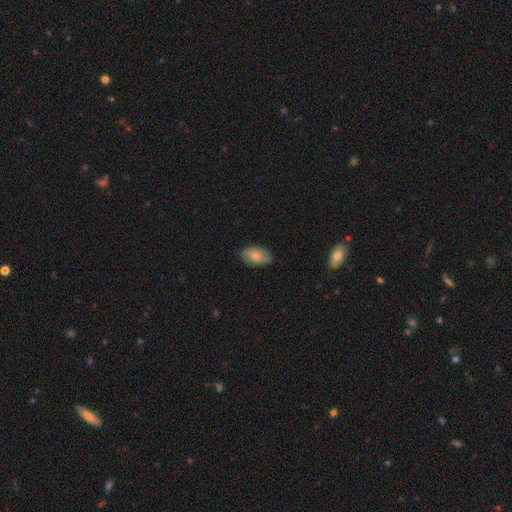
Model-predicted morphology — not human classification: smooth 67%, featured or disk 26%, star or artifact 7%. Down the decision tree: how rounded — in between (92%); merging — none (79%).